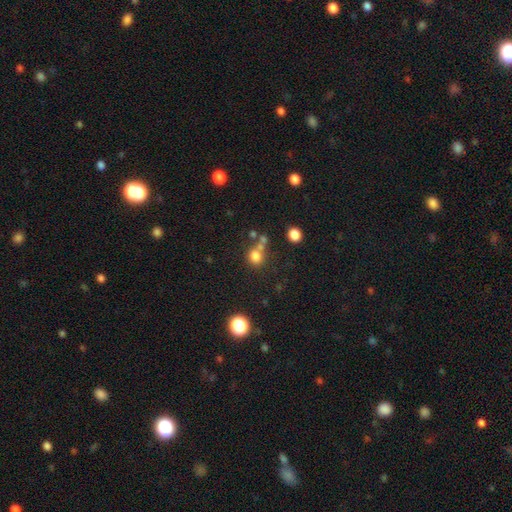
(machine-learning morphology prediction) smooth 76%, star or artifact 16%, featured or disk 8%. Down the decision tree: how rounded — round (80%); merging — none (53%).